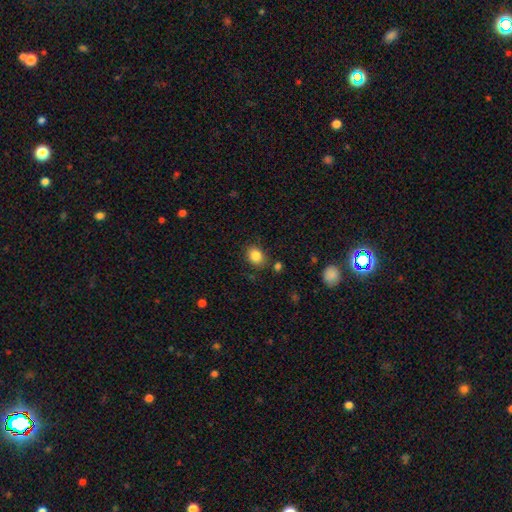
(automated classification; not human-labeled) Smooth or featured? Predicted: smooth (p=0.85). How rounded? Predicted: in between (p=0.52). Merging? Predicted: none (p=0.81).